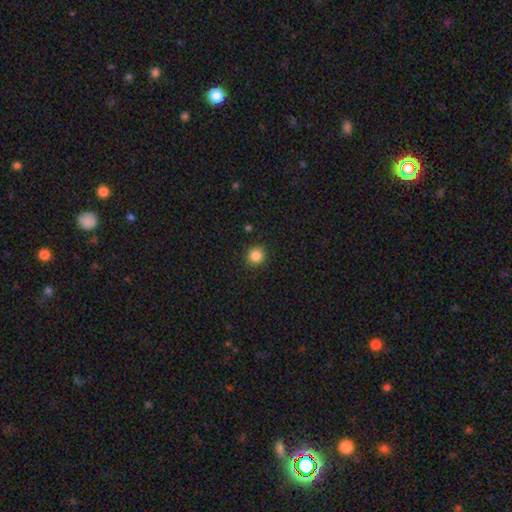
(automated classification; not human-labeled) A smooth galaxy with no disk features (85%) that is round (91%). Merging: none (92%).